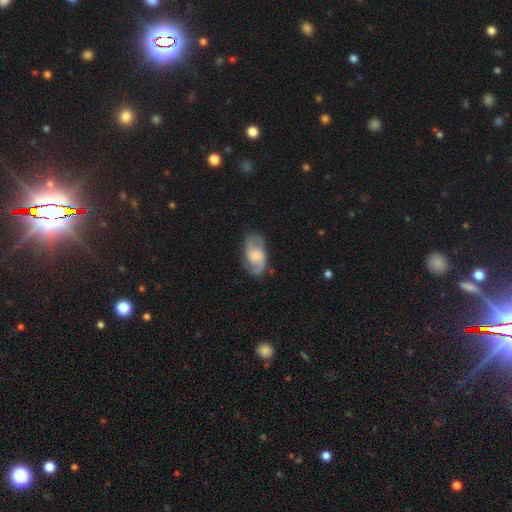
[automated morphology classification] featured or disk 74%, smooth 20%, star or artifact 6%. Down the decision tree: edge-on disk — no (97%); bar — no (50%); spiral arms — yes (94%); spiral arm count — 2 (88%); spiral winding — medium (49%); bulge size — moderate (29%); merging — none (76%).